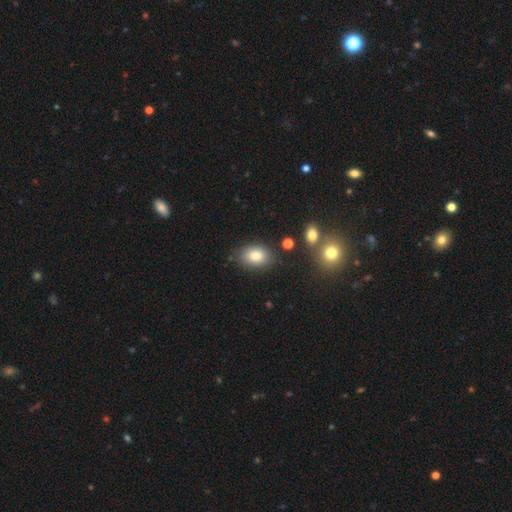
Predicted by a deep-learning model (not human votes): smooth 82%, star or artifact 10%, featured or disk 9%. Down the decision tree: how rounded — in between (77%); merging — none (80%).